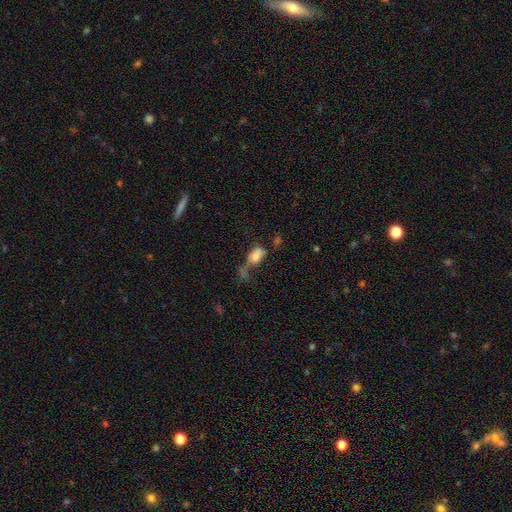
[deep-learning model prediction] Smooth or featured?
  - smooth: 67% *
  - featured or disk: 21%
  - star or artifact: 12%
How rounded?
  - in between: 82% *
  - round: 13%
  - cigar-shaped: 5%
Merging?
  - major disturbance: 34% *
  - merger: 29%
  - none: 20%
  - minor disturbance: 16%